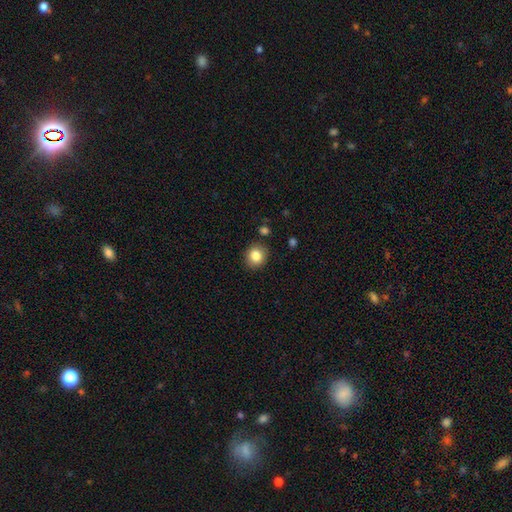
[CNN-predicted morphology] smooth-or-featured: smooth: 84% | star or artifact: 10% | featured or disk: 6%
  how-rounded: round: 80% | in between: 19% | cigar-shaped: 1%
  merging: none: 87% | minor disturbance: 8% | major disturbance: 2% | merger: 2%